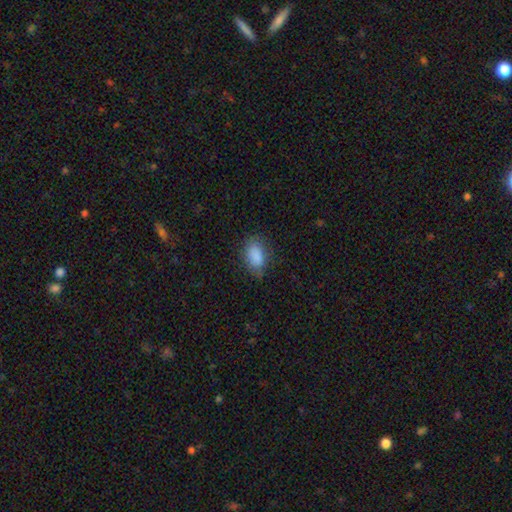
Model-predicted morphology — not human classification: Smooth or featured? Predicted: smooth (p=0.86). How rounded? Predicted: in between (p=0.90). Merging? Predicted: none (p=0.72).